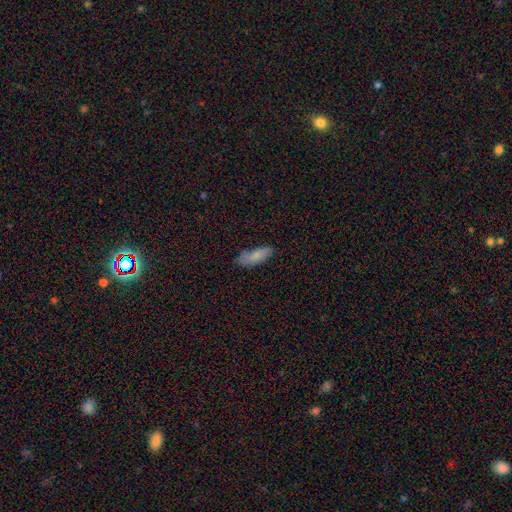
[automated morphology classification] Smooth or featured?
  - smooth: 81% *
  - featured or disk: 12%
  - star or artifact: 7%
How rounded?
  - in between: 69% *
  - cigar-shaped: 29%
  - round: 2%
Merging?
  - none: 71% *
  - minor disturbance: 22%
  - major disturbance: 5%
  - merger: 2%